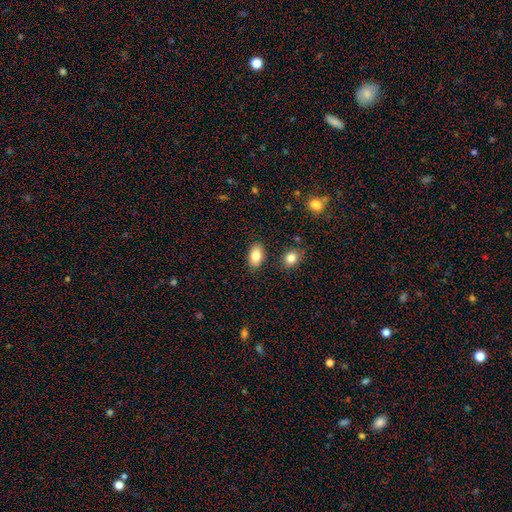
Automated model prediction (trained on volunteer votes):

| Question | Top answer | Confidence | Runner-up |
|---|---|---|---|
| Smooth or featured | smooth | 84% | featured or disk (9%) |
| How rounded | in between | 92% | round (6%) |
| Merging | none | 86% | minor disturbance (9%) |